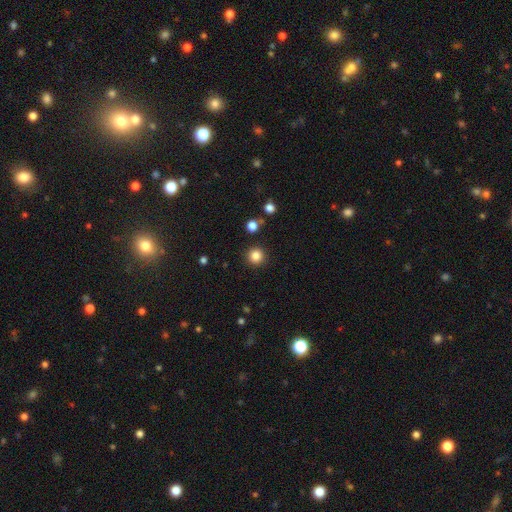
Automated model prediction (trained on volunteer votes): smooth-or-featured: smooth: 84% | star or artifact: 12% | featured or disk: 4%
  how-rounded: round: 95% | in between: 4% | cigar-shaped: 1%
  merging: none: 91% | minor disturbance: 5% | major disturbance: 2% | merger: 2%